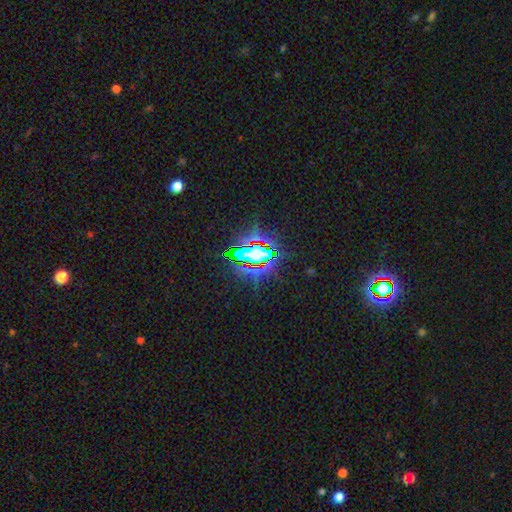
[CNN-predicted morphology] This is likely a star or artifact rather than a galaxy (72%).